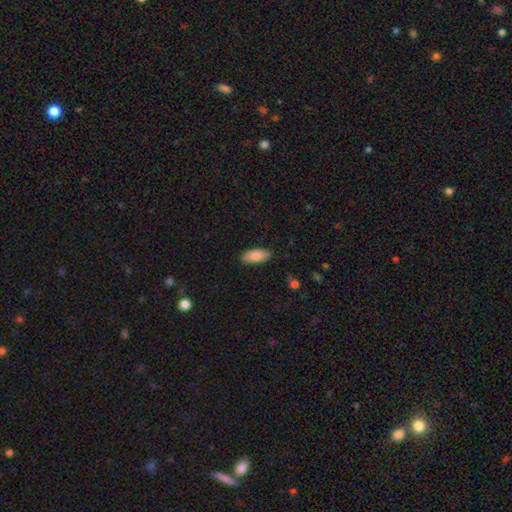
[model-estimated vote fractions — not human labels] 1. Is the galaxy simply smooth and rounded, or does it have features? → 84% smooth, 9% featured or disk, 6% star or artifact.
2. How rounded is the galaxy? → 87% in between, 11% cigar-shaped, 2% round.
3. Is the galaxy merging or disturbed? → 87% none, 10% minor disturbance, 2% major disturbance, 1% merger.